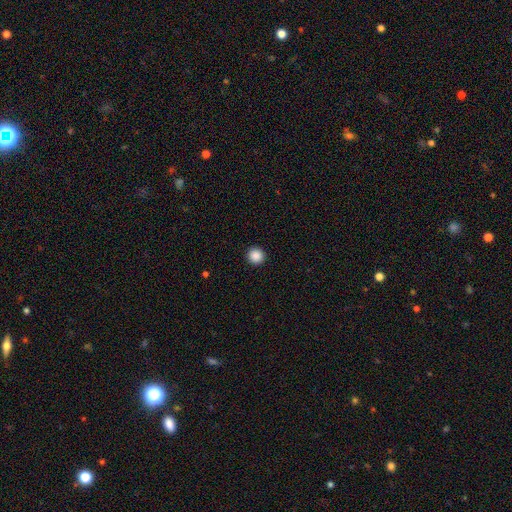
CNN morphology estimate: Q: Smooth or featured?
A: smooth (88%); runner-up: star or artifact (9%)
Q: How rounded?
A: round (95%); runner-up: in between (4%)
Q: Merging?
A: none (94%); runner-up: minor disturbance (4%)